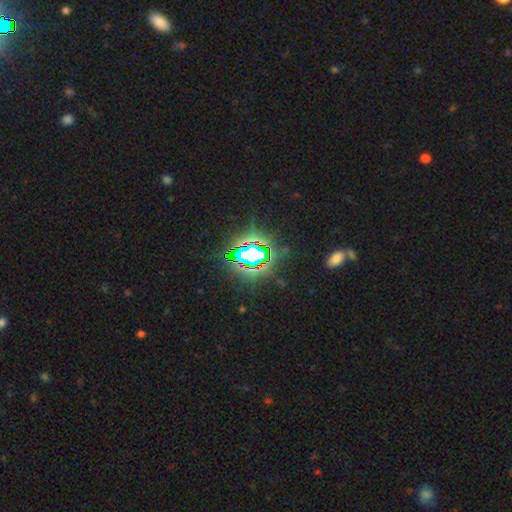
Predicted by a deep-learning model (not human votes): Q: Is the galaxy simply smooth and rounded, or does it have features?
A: star or artifact — 82%.